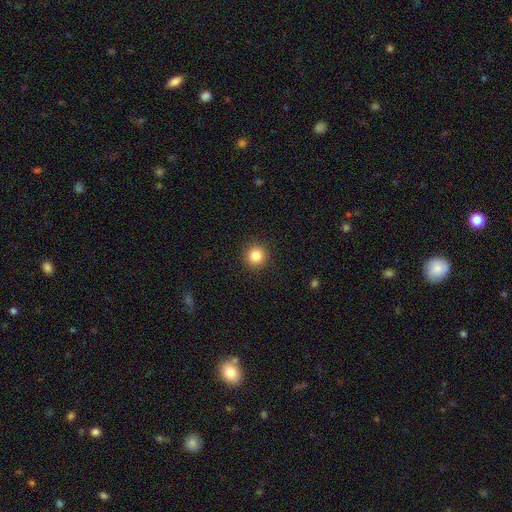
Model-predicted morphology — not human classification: This appears to be a smooth galaxy with no disk features (84%) that is round (95%). Merging: none (92%).